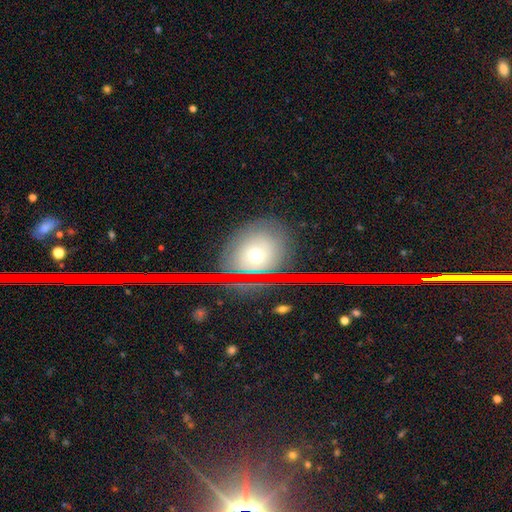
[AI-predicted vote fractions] smooth 57%, star or artifact 23%, featured or disk 19%. Down the decision tree: how rounded — round (59%); merging — none (82%).